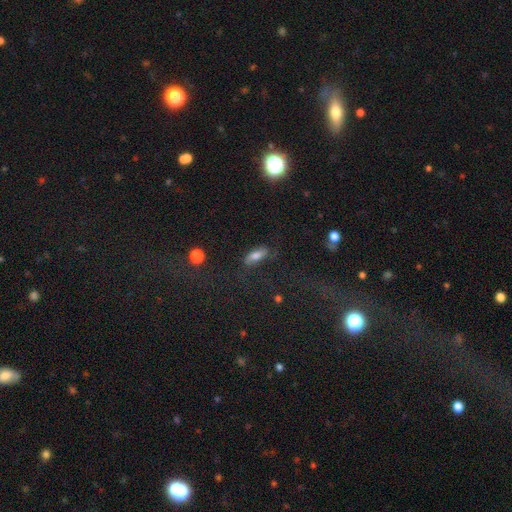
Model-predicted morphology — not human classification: smooth-or-featured: smooth: 60% | featured or disk: 27% | star or artifact: 12%
  how-rounded: in between: 73% | cigar-shaped: 22% | round: 4%
  merging: none: 62% | minor disturbance: 22% | major disturbance: 13% | merger: 2%